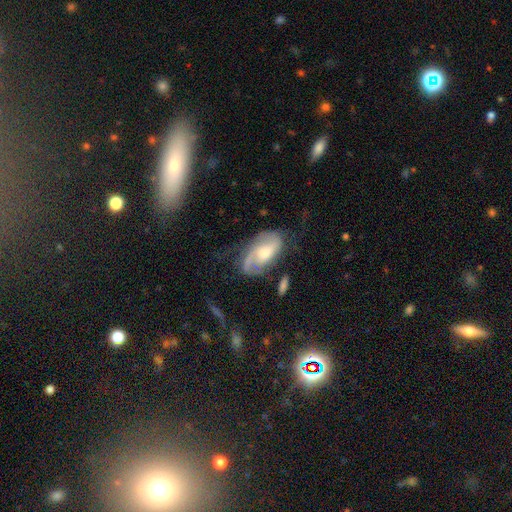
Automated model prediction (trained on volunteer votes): A featured or disk galaxy (77%) with no bar (50%), 2 (74%) medium (46%) spiral arms (93%) and a moderate central bulge (44%). Merging: none (56%).